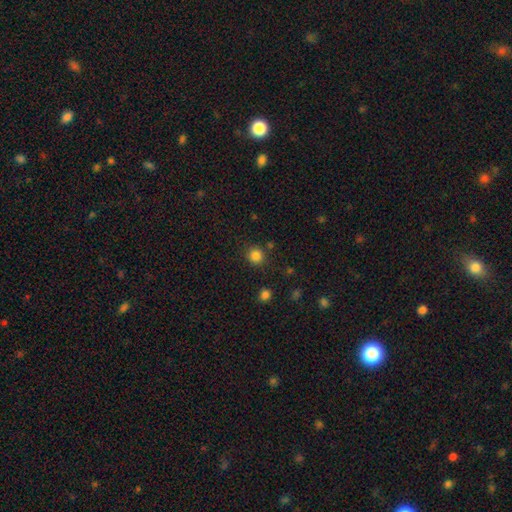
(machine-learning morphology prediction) A smooth galaxy with no disk features (84%) that is round (91%).

Vote fractions:
- Smooth or featured? smooth: 84% / star or artifact: 12% / featured or disk: 4%
- How rounded? round: 91% / in between: 8% / cigar-shaped: 1%
- Merging? none: 86% / minor disturbance: 8% / merger: 4% / major disturbance: 3%